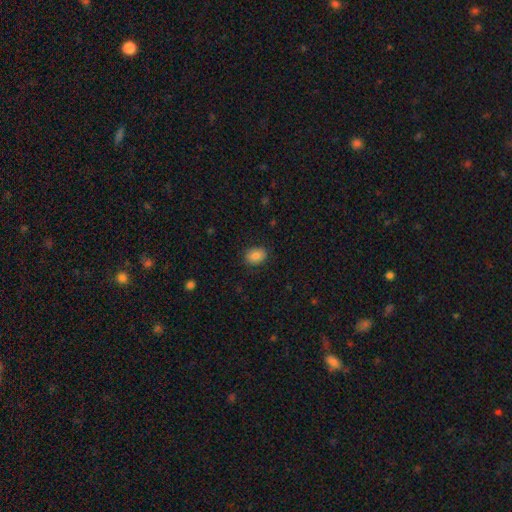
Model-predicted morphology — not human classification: Smooth or featured?
  - smooth: 86% *
  - star or artifact: 8%
  - featured or disk: 6%
How rounded?
  - in between: 67% *
  - round: 32%
  - cigar-shaped: 1%
Merging?
  - none: 86% *
  - minor disturbance: 10%
  - major disturbance: 3%
  - merger: 1%